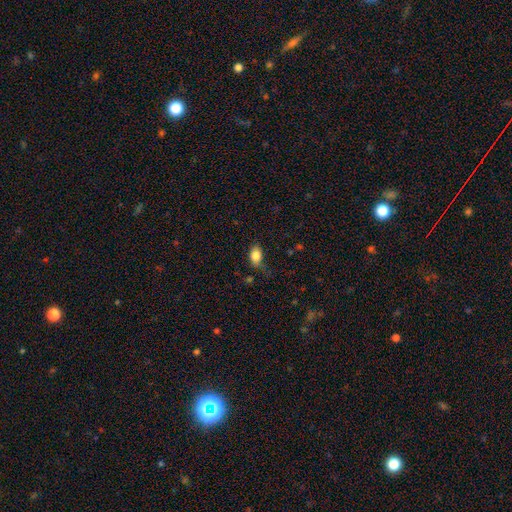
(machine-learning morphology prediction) A smooth galaxy with no disk features (83%) that is in between round and cigar-shaped (84%).

Vote fractions:
- Smooth or featured? smooth: 83% / star or artifact: 9% / featured or disk: 8%
- How rounded? in between: 84% / round: 13% / cigar-shaped: 2%
- Merging? none: 68% / minor disturbance: 24% / major disturbance: 6% / merger: 2%